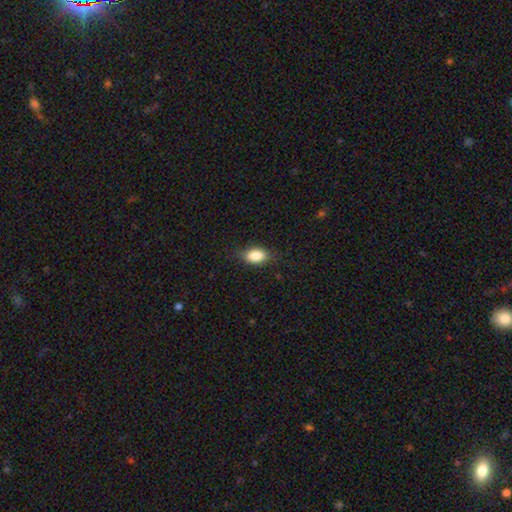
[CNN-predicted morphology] Smooth or featured? smooth (84%)
How rounded? in between (87%)
Merging? none (80%)